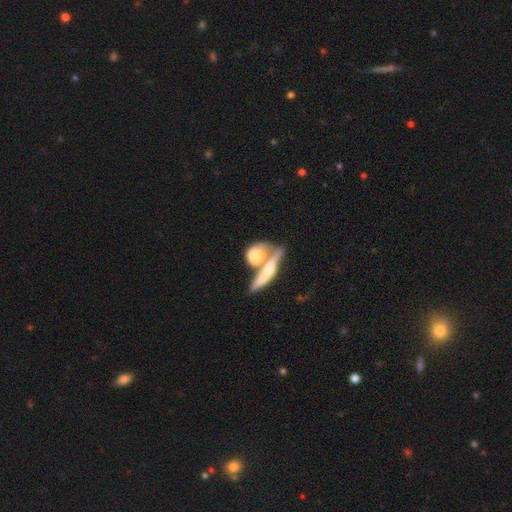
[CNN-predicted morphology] Smooth or featured?
  - smooth: 66% *
  - featured or disk: 28%
  - star or artifact: 6%
How rounded?
  - in between: 45% *
  - round: 31%
  - cigar-shaped: 23%
Merging?
  - merger: 51% *
  - none: 29%
  - minor disturbance: 12%
  - major disturbance: 8%